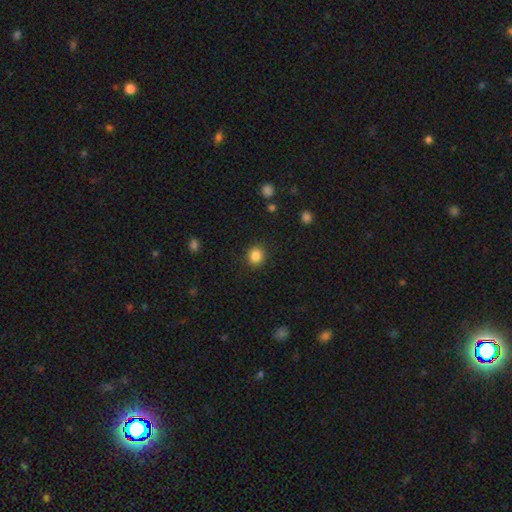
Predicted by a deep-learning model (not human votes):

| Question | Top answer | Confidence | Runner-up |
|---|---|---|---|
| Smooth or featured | smooth | 86% | star or artifact (11%) |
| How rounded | round | 88% | in between (11%) |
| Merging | none | 90% | minor disturbance (6%) |